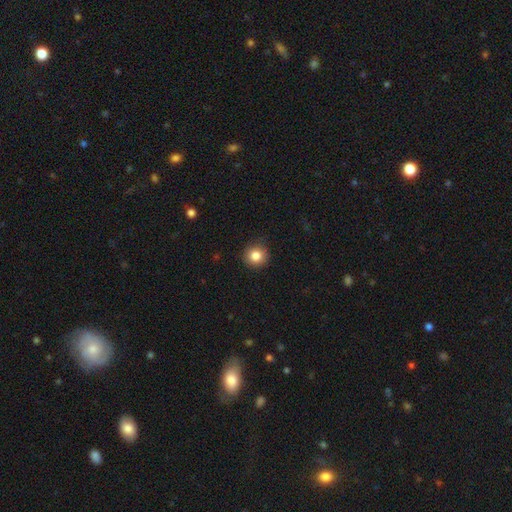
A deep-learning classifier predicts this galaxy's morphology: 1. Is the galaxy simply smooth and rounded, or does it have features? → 84% smooth, 10% star or artifact, 6% featured or disk.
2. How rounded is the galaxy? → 94% round, 5% in between, 1% cigar-shaped.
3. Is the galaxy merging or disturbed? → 88% none, 9% minor disturbance, 2% major disturbance, 1% merger.